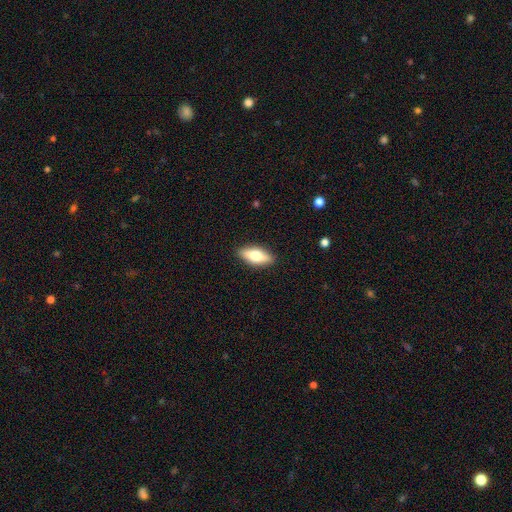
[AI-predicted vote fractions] The model was most divided on "smooth or featured": smooth: 66%, featured or disk: 28%, star or artifact: 6%. More confident: merging — none (89%); how rounded — in between (74%).